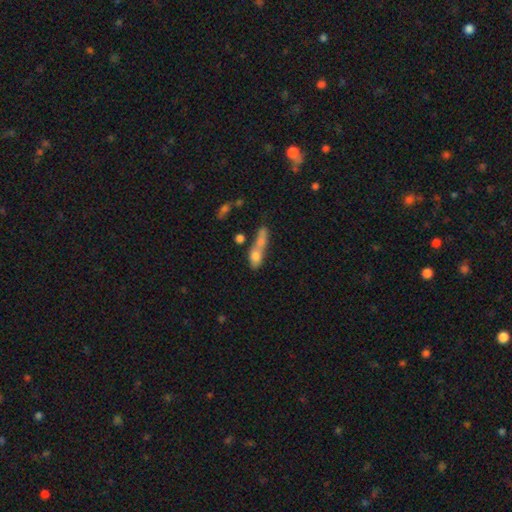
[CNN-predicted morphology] smooth 66%, featured or disk 24%, star or artifact 10%. Down the decision tree: how rounded — in between (45%); merging — merger (51%).